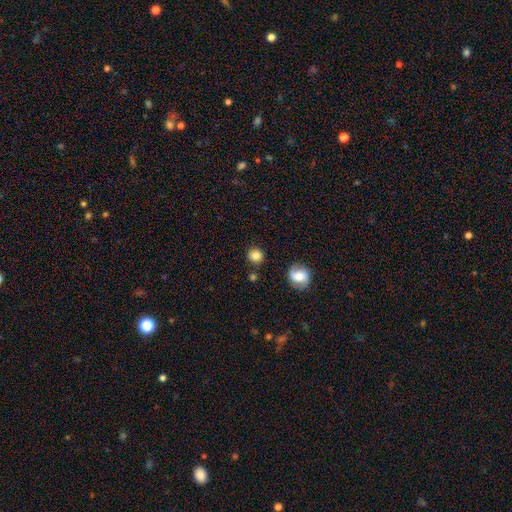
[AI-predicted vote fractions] Smooth or featured? smooth (84%)
How rounded? round (92%)
Merging? none (85%)